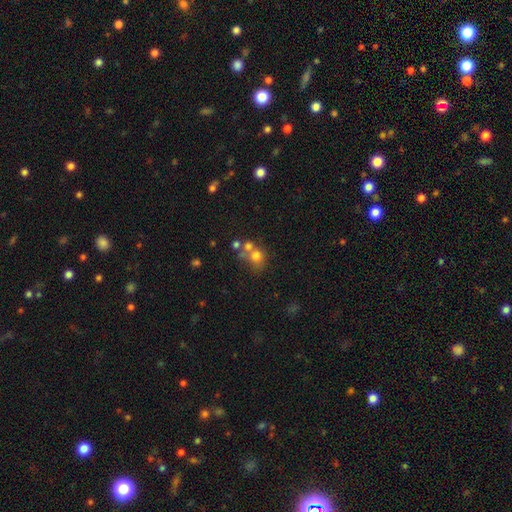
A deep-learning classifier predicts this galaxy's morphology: smooth 67%, featured or disk 18%, star or artifact 15%. Down the decision tree: how rounded — round (74%); merging — merger (44%).